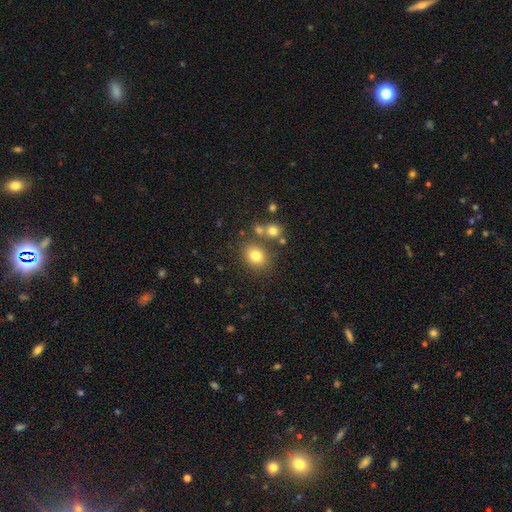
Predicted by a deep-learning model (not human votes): Smooth or featured: smooth — 77% (star or artifact — 13%)
How rounded: round — 53% (in between — 46%)
Merging: none — 74% (merger — 12%)